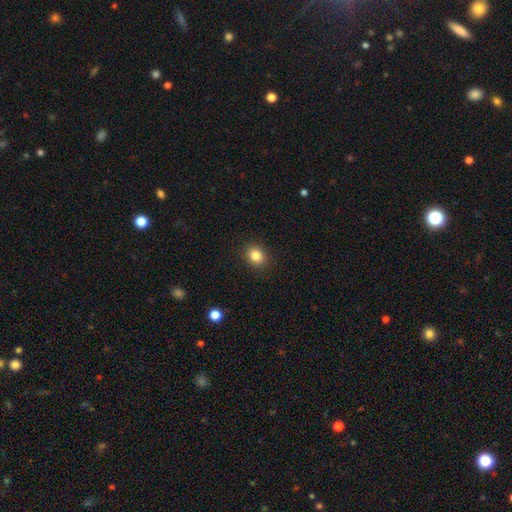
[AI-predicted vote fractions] Smooth or featured? smooth (84%)
How rounded? round (64%)
Merging? none (90%)